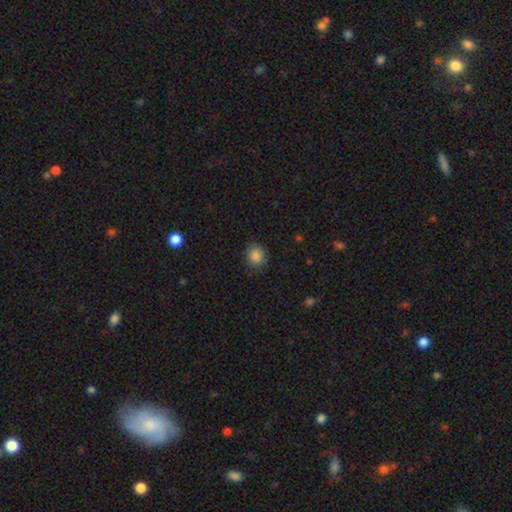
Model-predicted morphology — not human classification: This appears to be a smooth galaxy with no disk features (86%) that is round (80%). Merging: none (83%).